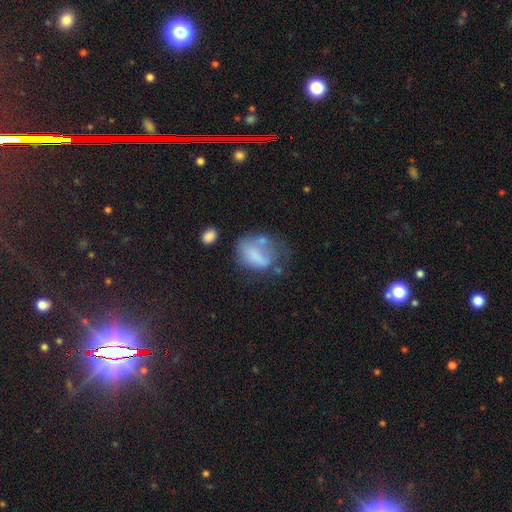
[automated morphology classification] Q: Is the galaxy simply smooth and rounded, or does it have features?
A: smooth — 60%.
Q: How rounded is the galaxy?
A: in between — 73%.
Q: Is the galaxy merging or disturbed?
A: major disturbance — 36%.